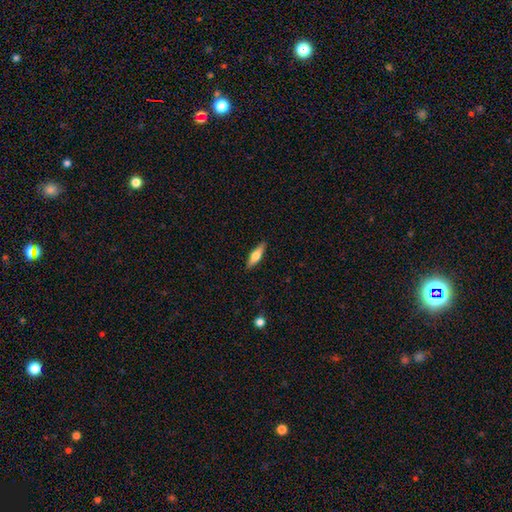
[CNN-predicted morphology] Smooth or featured?
  - smooth: 59% *
  - featured or disk: 35%
  - star or artifact: 6%
How rounded?
  - cigar-shaped: 57% *
  - in between: 40%
  - round: 2%
Merging?
  - none: 88% *
  - minor disturbance: 9%
  - major disturbance: 2%
  - merger: 1%